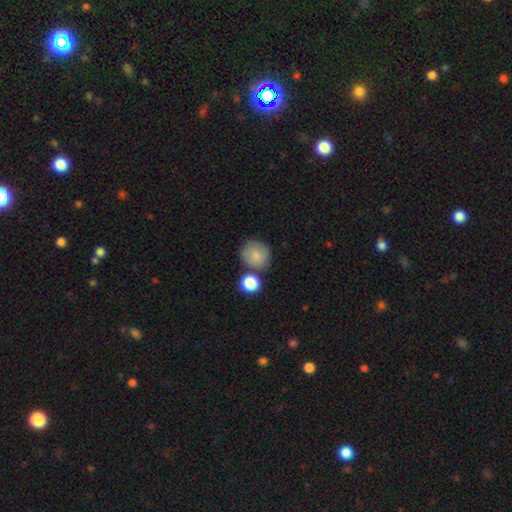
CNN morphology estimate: Smooth or featured: smooth — 82% (featured or disk — 9%)
How rounded: round — 85% (in between — 14%)
Merging: none — 65% (minor disturbance — 15%)